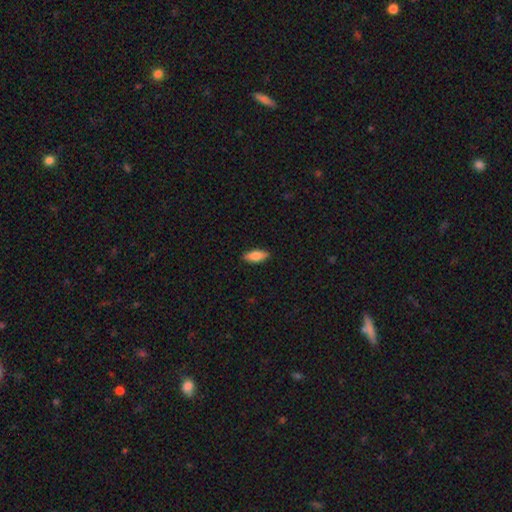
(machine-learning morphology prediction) type=smooth (82%); roundness=in between (79%); merging=none (88%).